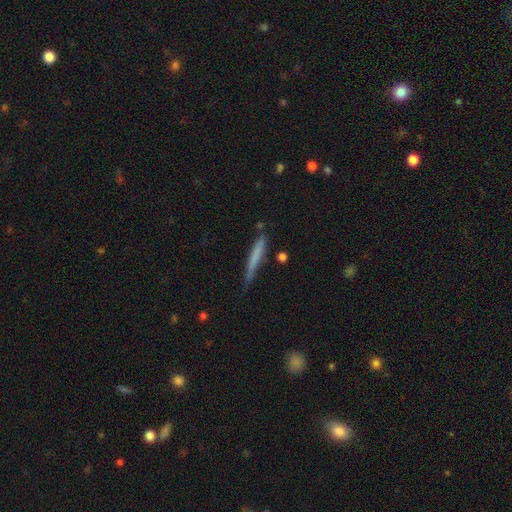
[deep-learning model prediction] The model was most divided on "merging": none: 65%, minor disturbance: 26%, major disturbance: 6%, merger: 3%. More confident: how rounded — cigar-shaped (95%); smooth or featured — smooth (67%).